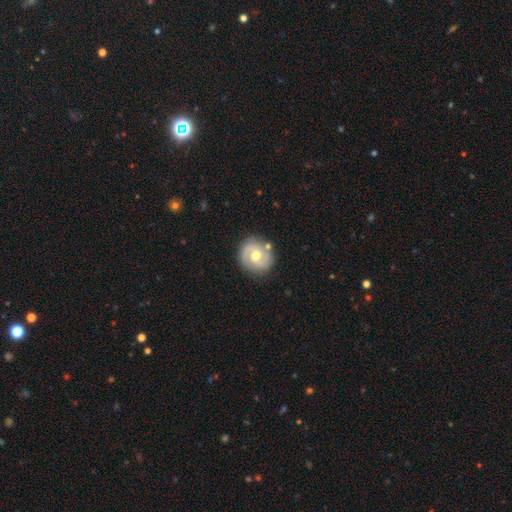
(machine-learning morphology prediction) Smooth or featured?
  - featured or disk: 68% *
  - smooth: 26%
  - star or artifact: 6%
Edge-on disk?
  - no: 97% *
  - yes: 3%
Bar?
  - no: 56% *
  - weak: 36%
  - strong: 8%
Spiral arms?
  - yes: 83% *
  - no: 17%
Spiral winding?
  - medium: 43% *
  - tight: 42%
  - loose: 15%
Spiral arm count?
  - 2: 82% *
  - can't tell: 9%
  - 1: 4%
  - 3: 3%
  - 4: 1%
  - more than 4: 1%
Bulge size?
  - moderate: 78% *
  - small: 14%
  - large: 6%
  - none: 1%
  - dominant: 1%
Merging?
  - none: 80% *
  - minor disturbance: 13%
  - major disturbance: 4%
  - merger: 4%